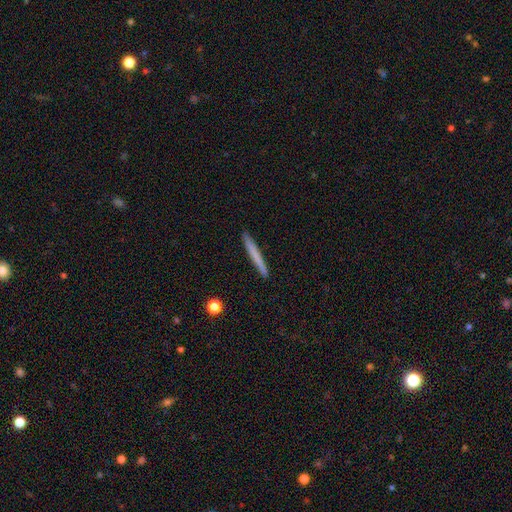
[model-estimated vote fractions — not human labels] Smooth or featured? Predicted: smooth (p=0.66). How rounded? Predicted: cigar-shaped (p=0.97). Merging? Predicted: none (p=0.92).